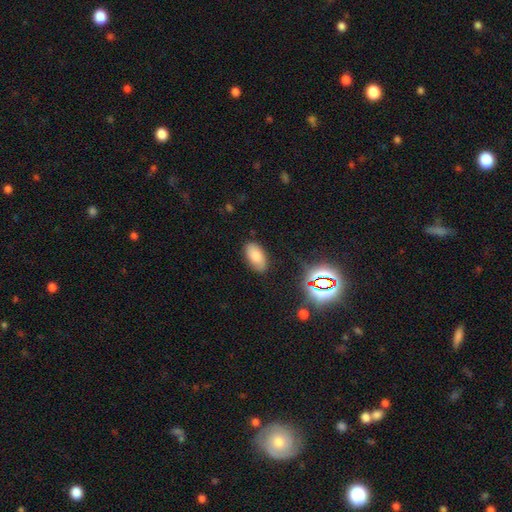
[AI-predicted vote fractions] Morphology: type=smooth (79%); roundness=in between (94%); merging=none (82%).